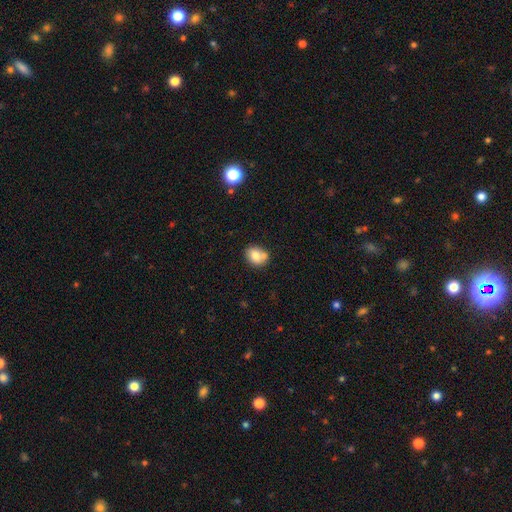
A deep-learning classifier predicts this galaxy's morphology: smooth-or-featured: smooth: 75% | featured or disk: 16% | star or artifact: 9%
  how-rounded: round: 53% | in between: 46% | cigar-shaped: 1%
  merging: none: 56% | merger: 26% | minor disturbance: 15% | major disturbance: 4%